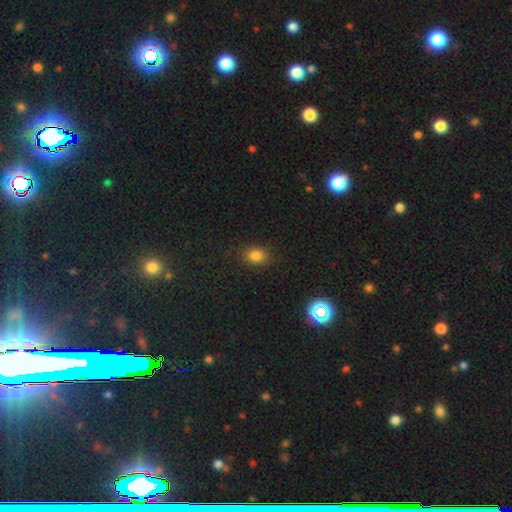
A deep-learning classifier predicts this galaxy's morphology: Q: Smooth or featured?
A: smooth (82%); runner-up: star or artifact (13%)
Q: How rounded?
A: in between (64%); runner-up: round (35%)
Q: Merging?
A: none (85%); runner-up: minor disturbance (11%)